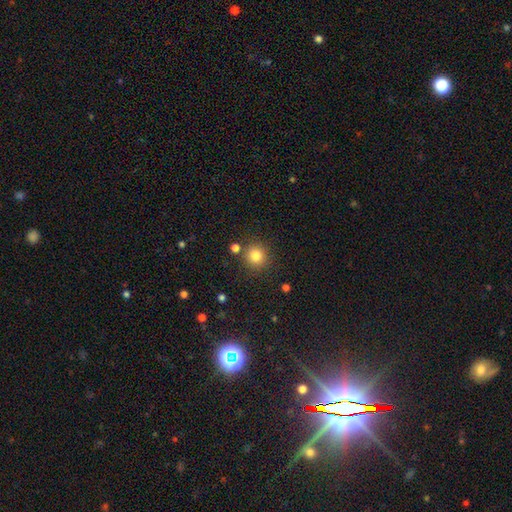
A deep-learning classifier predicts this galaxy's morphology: A smooth galaxy with no disk features (82%) that is round (93%).

Vote fractions:
- Smooth or featured? smooth: 82% / star or artifact: 12% / featured or disk: 6%
- How rounded? round: 93% / in between: 6% / cigar-shaped: 1%
- Merging? none: 83% / minor disturbance: 8% / merger: 6% / major disturbance: 3%